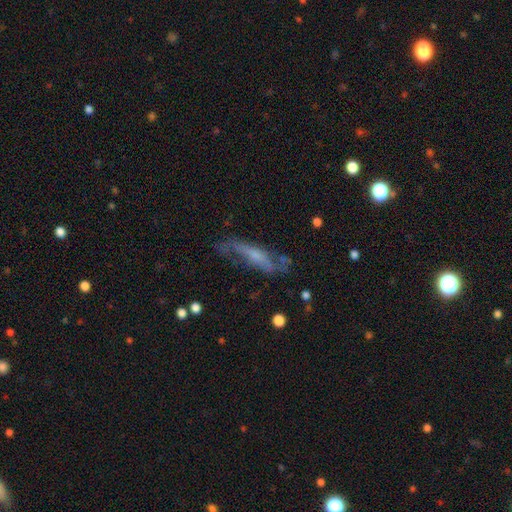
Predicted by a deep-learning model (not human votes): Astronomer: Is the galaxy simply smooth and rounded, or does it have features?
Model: featured or disk — 57% (runner-up: smooth, 34%).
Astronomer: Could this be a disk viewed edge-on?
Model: no — 53% (runner-up: yes, 47%).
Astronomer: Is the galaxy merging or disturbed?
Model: none — 48% (runner-up: minor disturbance, 26%).